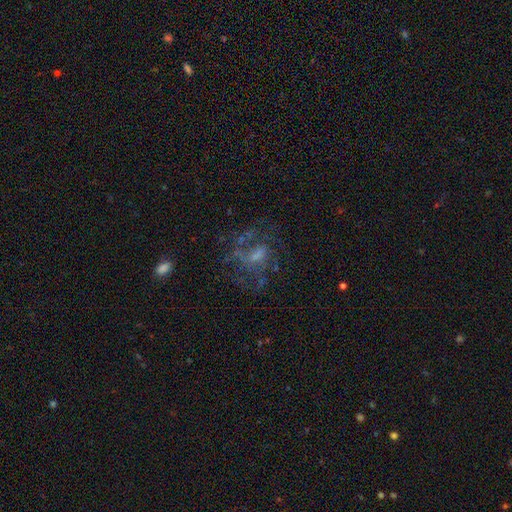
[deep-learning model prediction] featured or disk 67%, smooth 19%, star or artifact 15%. Down the decision tree: edge-on disk — no (97%); bar — weak (45%); spiral arms — yes (67%); bulge size — small (34%); merging — none (48%).